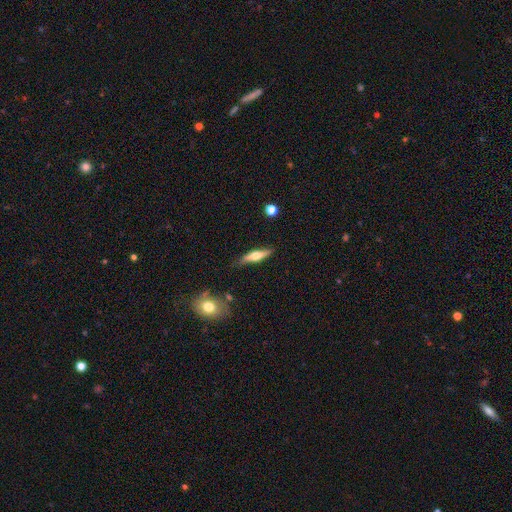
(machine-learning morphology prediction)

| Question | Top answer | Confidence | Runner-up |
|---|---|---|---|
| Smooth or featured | featured or disk | 55% | smooth (39%) |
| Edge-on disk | yes | 92% | no (8%) |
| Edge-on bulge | rounded | 93% | boxy (4%) |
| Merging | none | 80% | minor disturbance (15%) |